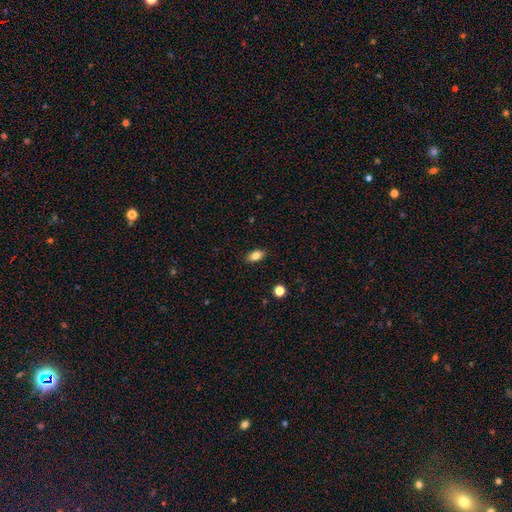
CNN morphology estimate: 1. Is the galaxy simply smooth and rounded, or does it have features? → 83% smooth, 9% star or artifact, 8% featured or disk.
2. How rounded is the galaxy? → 89% in between, 7% round, 4% cigar-shaped.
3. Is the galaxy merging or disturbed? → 88% none, 9% minor disturbance, 2% major disturbance, 1% merger.